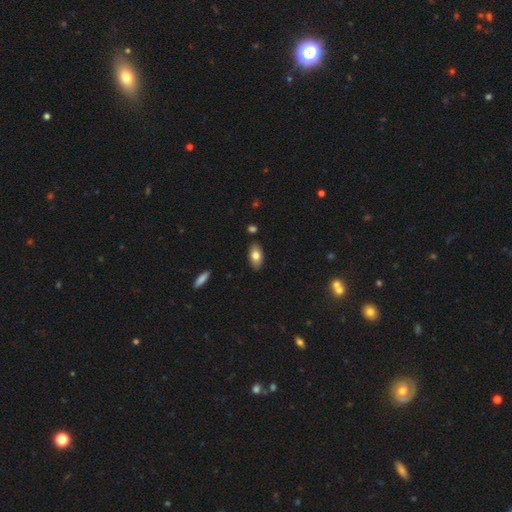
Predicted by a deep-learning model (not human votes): This appears to be a smooth galaxy with no disk features (78%) that is in between round and cigar-shaped (92%). Merging: none (86%).